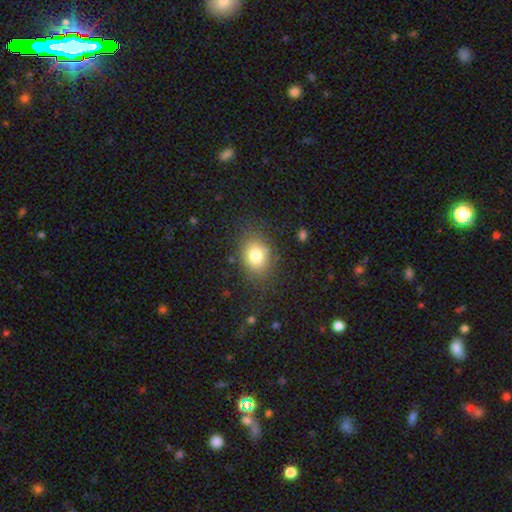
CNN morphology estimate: The model was most divided on "how rounded": in between: 62%, round: 37%, cigar-shaped: 1%. More confident: merging — none (79%); smooth or featured — smooth (78%).